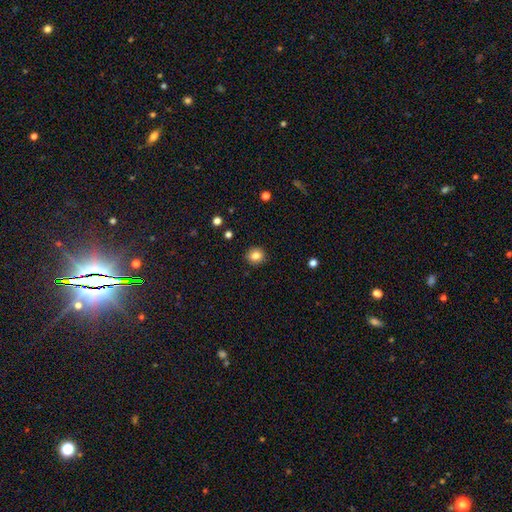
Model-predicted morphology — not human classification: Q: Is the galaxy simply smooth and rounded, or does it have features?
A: smooth — 83%.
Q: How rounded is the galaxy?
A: round — 81%.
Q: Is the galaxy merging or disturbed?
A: none — 90%.